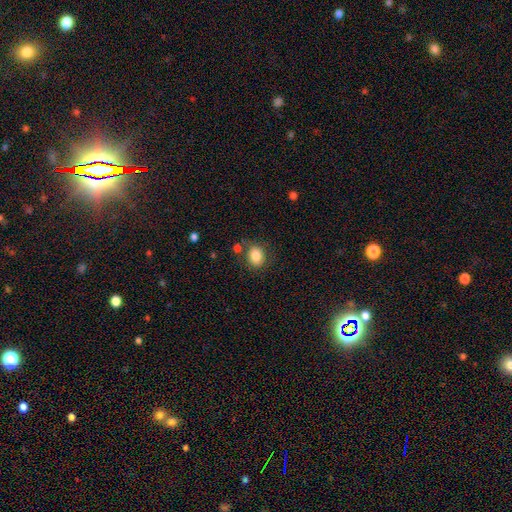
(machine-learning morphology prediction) smooth 83%, star or artifact 9%, featured or disk 7%. Down the decision tree: how rounded — round (52%); merging — none (74%).